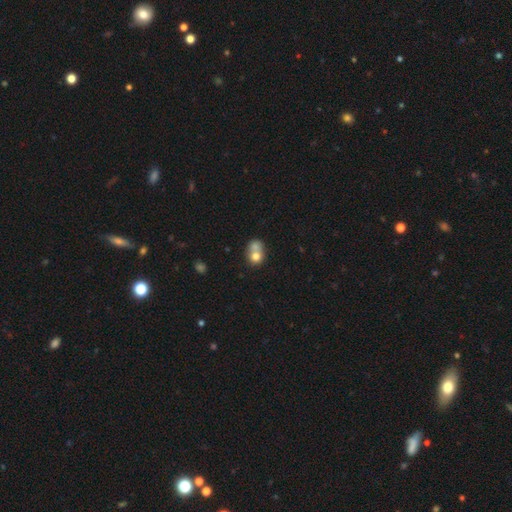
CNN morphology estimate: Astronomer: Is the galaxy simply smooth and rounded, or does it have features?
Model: smooth — 70%.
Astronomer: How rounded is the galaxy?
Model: round — 64%.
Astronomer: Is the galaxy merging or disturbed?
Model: merger — 61%.